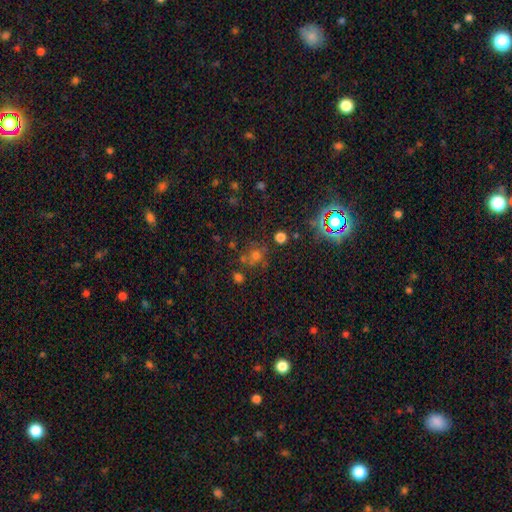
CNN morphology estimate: Q: Smooth or featured?
A: star or artifact (44%); runner-up: smooth (40%)